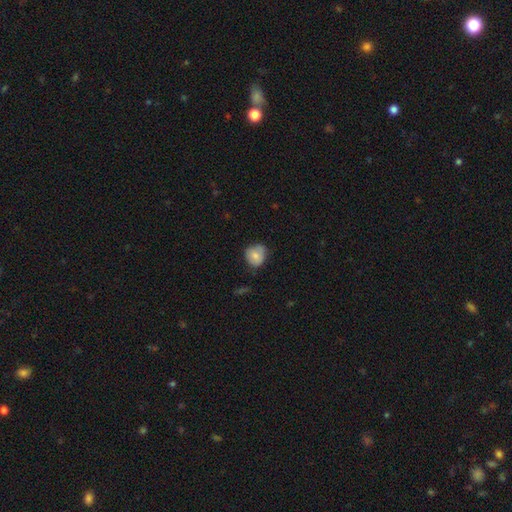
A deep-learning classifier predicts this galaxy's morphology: This is likely a smooth galaxy (78%). How rounded: likely round (75%). Merging: likely none (64%).